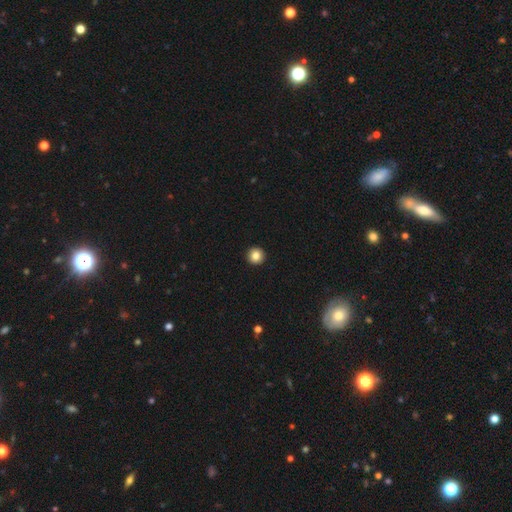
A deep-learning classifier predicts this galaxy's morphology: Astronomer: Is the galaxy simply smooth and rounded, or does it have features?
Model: smooth — 85%.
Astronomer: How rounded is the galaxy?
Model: round — 96%.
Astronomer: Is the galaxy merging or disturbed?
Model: none — 94%.